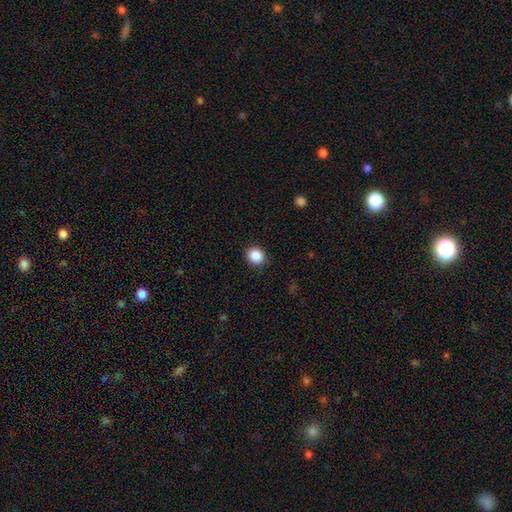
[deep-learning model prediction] The model was most divided on "how rounded": round: 79%, in between: 20%, cigar-shaped: 1%. More confident: merging — none (88%); smooth or featured — smooth (88%).